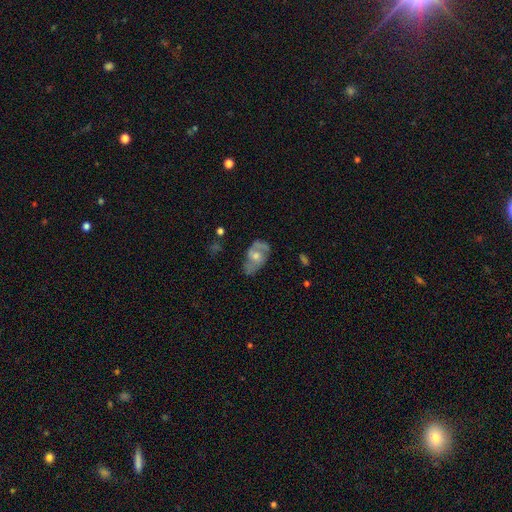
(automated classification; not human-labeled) Smooth or featured? featured or disk (64%)
Edge-on disk? no (94%)
Bar? no (70%)
Spiral arms? yes (70%)
Bulge size? moderate (64%)
Merging? none (60%)